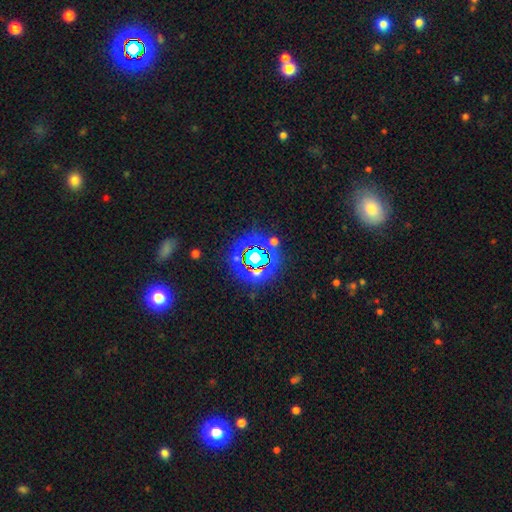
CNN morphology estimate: This is likely a star or artifact rather than a galaxy (78%).